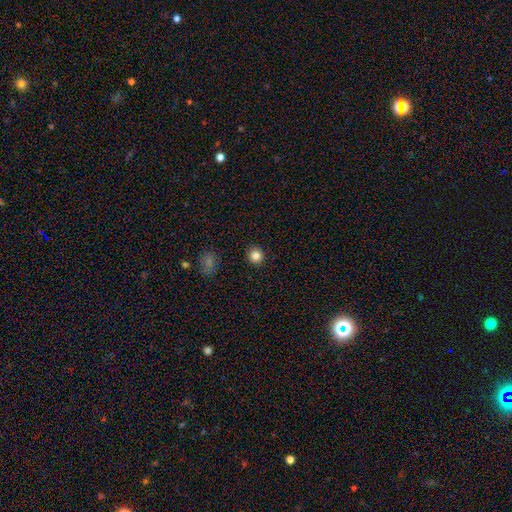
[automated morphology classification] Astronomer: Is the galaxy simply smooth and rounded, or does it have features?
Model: smooth — 84%.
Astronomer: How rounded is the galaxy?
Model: round — 92%.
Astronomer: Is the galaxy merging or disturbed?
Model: none — 92%.